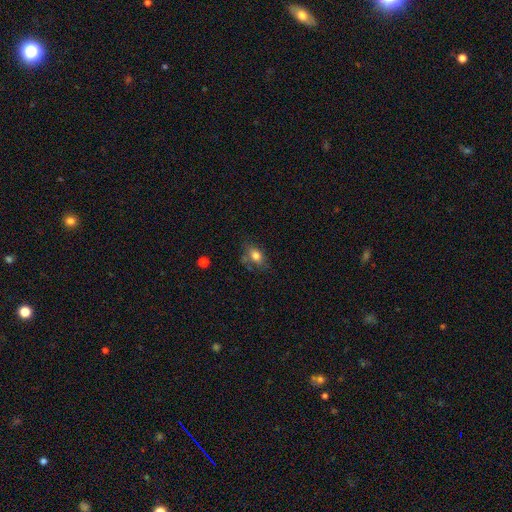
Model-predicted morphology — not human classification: Q: Smooth or featured?
A: smooth (77%); runner-up: featured or disk (13%)
Q: How rounded?
A: in between (79%); runner-up: round (17%)
Q: Merging?
A: none (61%); runner-up: minor disturbance (25%)